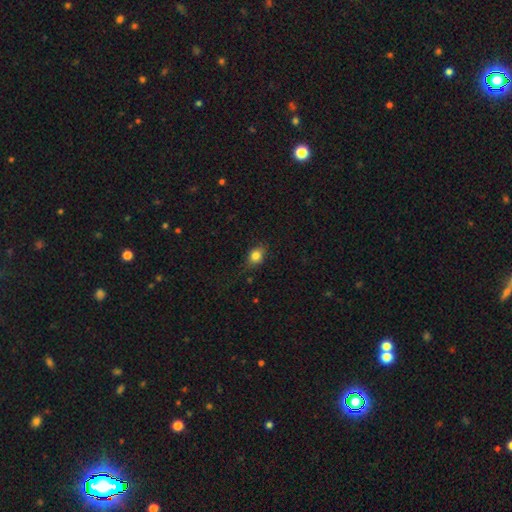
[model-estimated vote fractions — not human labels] smooth_or_featured: smooth (p=0.81) [alt: star or artifact p=0.11]
how_rounded: round (p=0.50) [alt: in between p=0.48]
merging: none (p=0.71) [alt: minor disturbance p=0.22]